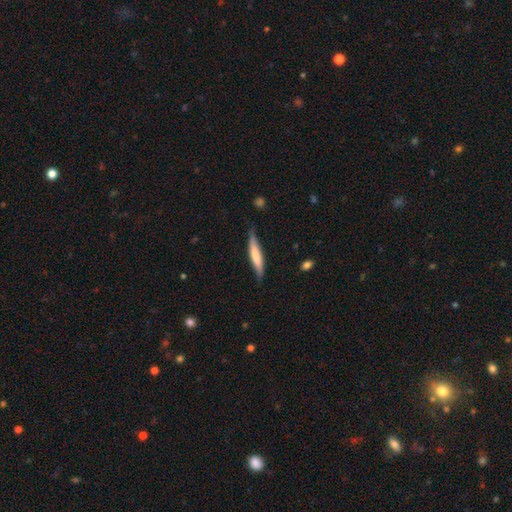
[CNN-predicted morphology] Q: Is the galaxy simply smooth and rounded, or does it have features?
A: smooth — 64%.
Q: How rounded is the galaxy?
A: cigar-shaped — 89%.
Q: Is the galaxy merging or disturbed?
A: none — 71%.